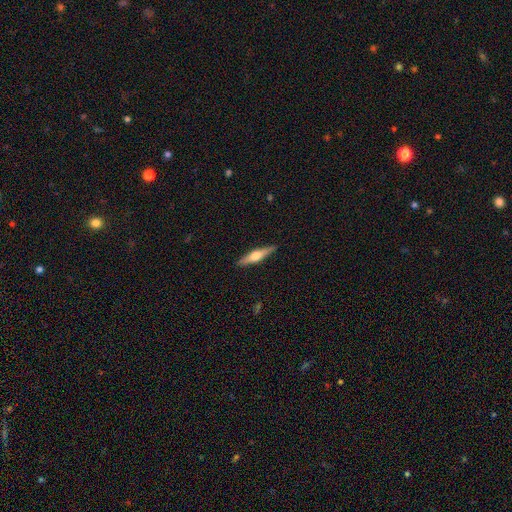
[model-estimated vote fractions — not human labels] Q: Smooth or featured?
A: featured or disk (59%); runner-up: smooth (35%)
Q: Edge-on disk?
A: yes (96%); runner-up: no (4%)
Q: Edge-on bulge?
A: rounded (92%); runner-up: boxy (5%)
Q: Merging?
A: none (90%); runner-up: minor disturbance (7%)